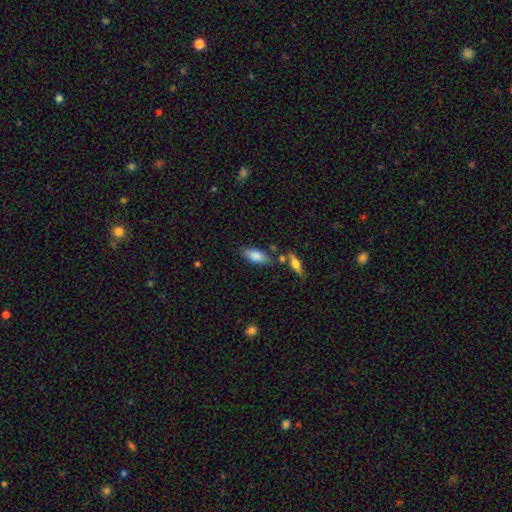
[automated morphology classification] Smooth or featured?
  - smooth: 81% *
  - featured or disk: 13%
  - star or artifact: 6%
How rounded?
  - in between: 80% *
  - cigar-shaped: 18%
  - round: 2%
Merging?
  - none: 71% *
  - minor disturbance: 16%
  - merger: 10%
  - major disturbance: 4%